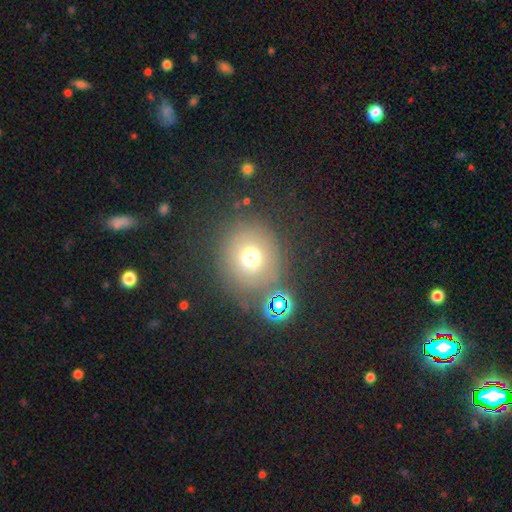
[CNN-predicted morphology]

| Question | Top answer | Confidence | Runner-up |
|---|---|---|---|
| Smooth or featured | smooth | 67% | star or artifact (20%) |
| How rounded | round | 87% | in between (12%) |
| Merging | none | 77% | minor disturbance (11%) |